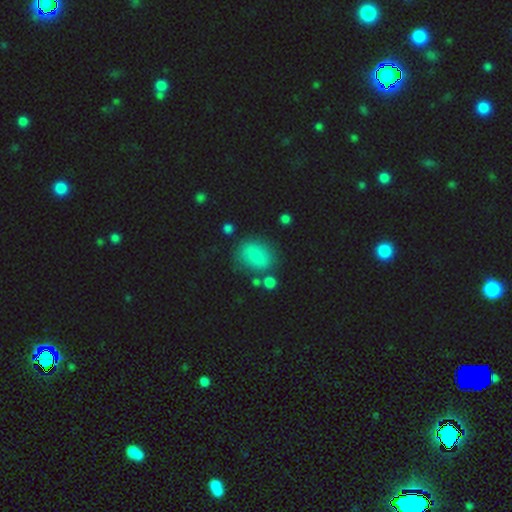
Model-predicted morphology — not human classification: smooth 70%, featured or disk 20%, star or artifact 10%. Down the decision tree: how rounded — in between (50%); merging — none (67%).